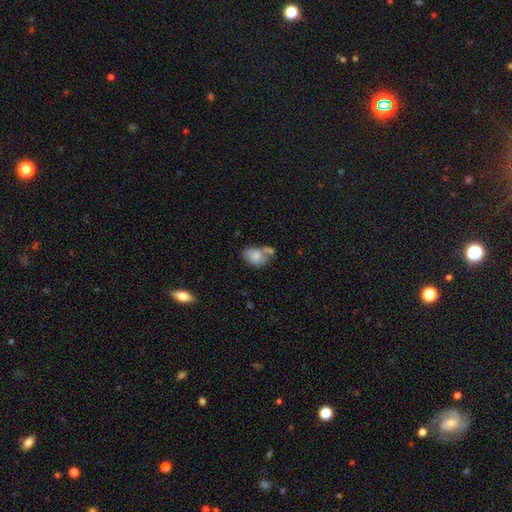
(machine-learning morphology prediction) Q: Smooth or featured?
A: smooth (73%); runner-up: featured or disk (19%)
Q: How rounded?
A: in between (75%); runner-up: round (24%)
Q: Merging?
A: merger (38%); runner-up: none (32%)